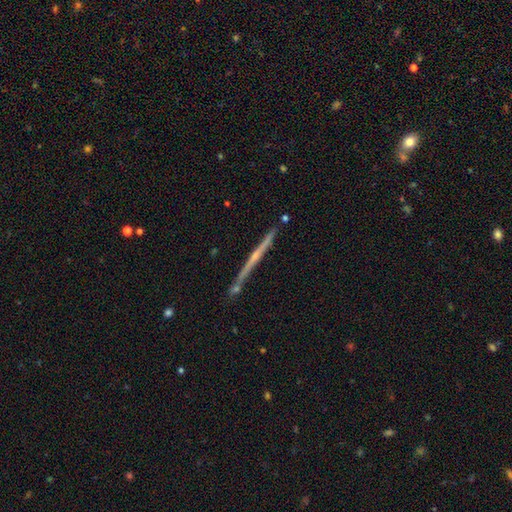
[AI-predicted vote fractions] Smooth or featured? Predicted: featured or disk (p=0.76). Edge-on disk? Predicted: yes (p=0.98). Edge-on bulge? Predicted: rounded (p=0.48). Merging? Predicted: none (p=0.82).